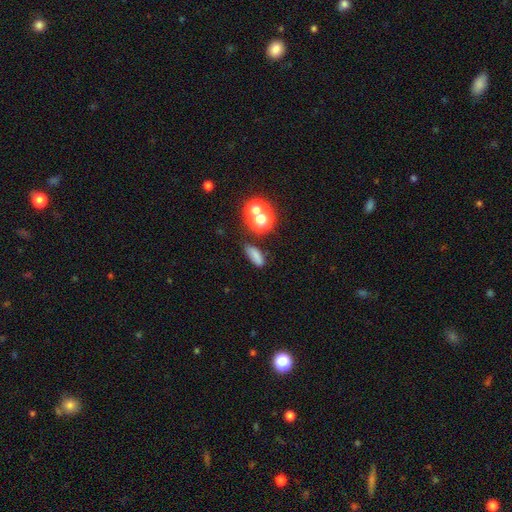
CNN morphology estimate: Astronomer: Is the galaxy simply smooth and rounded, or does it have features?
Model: smooth — 69%.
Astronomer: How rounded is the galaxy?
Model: in between — 68%.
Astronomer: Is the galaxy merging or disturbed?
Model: none — 70%.